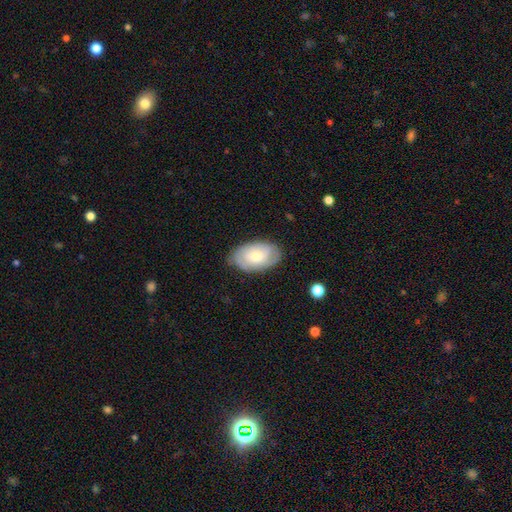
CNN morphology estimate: This is possibly a smooth galaxy (49%). Merging: likely none (77%).